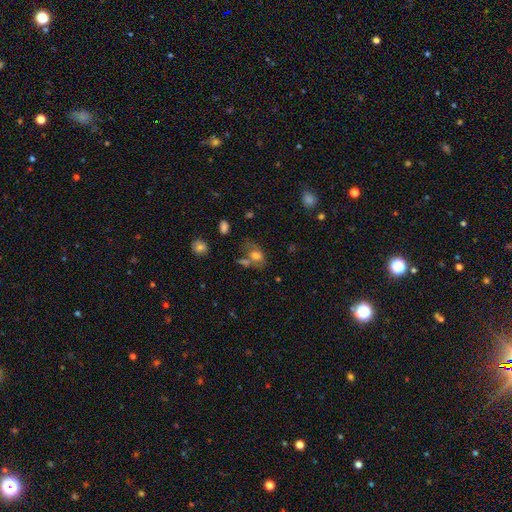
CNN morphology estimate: Q: Smooth or featured?
A: smooth (64%); runner-up: featured or disk (24%)
Q: How rounded?
A: in between (78%); runner-up: round (20%)
Q: Merging?
A: none (36%); runner-up: merger (29%)